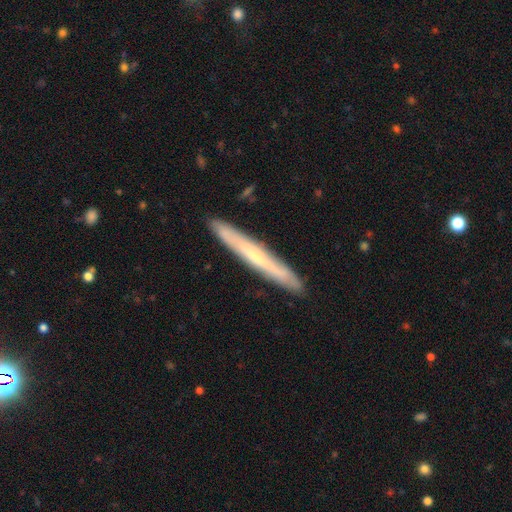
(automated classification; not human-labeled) Q: Smooth or featured?
A: featured or disk (52%); runner-up: smooth (42%)
Q: Edge-on disk?
A: yes (90%); runner-up: no (10%)
Q: Merging?
A: none (89%); runner-up: minor disturbance (8%)